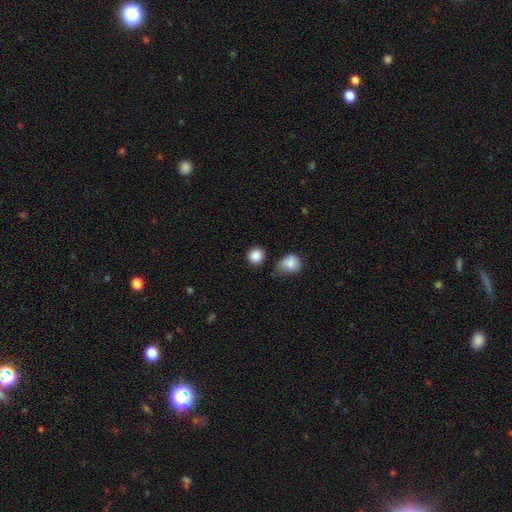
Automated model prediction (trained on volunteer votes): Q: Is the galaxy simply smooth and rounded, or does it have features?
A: smooth — 87%.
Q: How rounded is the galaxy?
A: round — 86%.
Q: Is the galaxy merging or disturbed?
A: none — 76%.